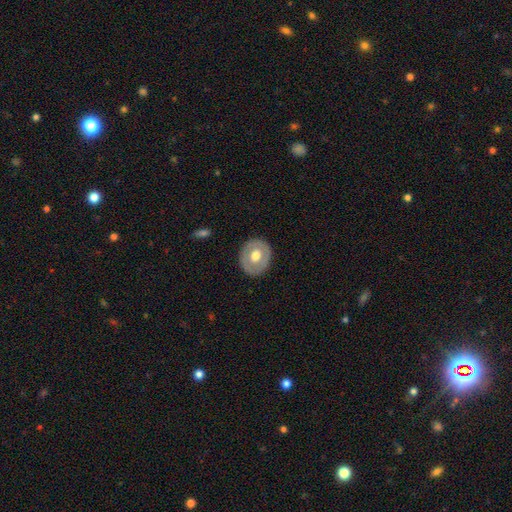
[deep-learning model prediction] smooth_or_featured: smooth (p=0.50) [alt: featured or disk p=0.45]
how_rounded: round (p=0.63) [alt: in between p=0.36]
merging: none (p=0.86) [alt: minor disturbance p=0.10]